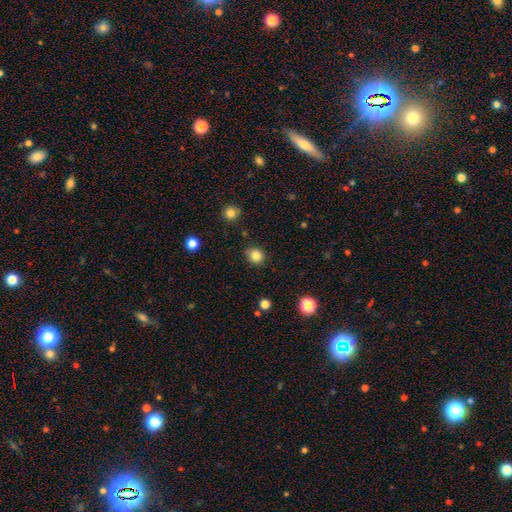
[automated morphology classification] Smooth or featured?
  - smooth: 84% *
  - star or artifact: 12%
  - featured or disk: 5%
How rounded?
  - round: 81% *
  - in between: 18%
  - cigar-shaped: 1%
Merging?
  - none: 85% *
  - minor disturbance: 10%
  - major disturbance: 3%
  - merger: 2%